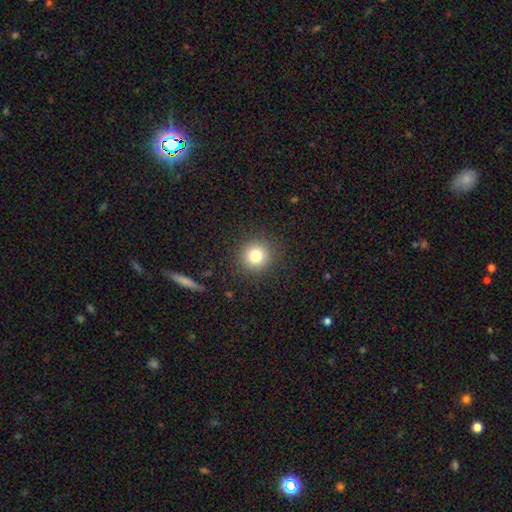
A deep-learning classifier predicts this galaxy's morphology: smooth-or-featured: smooth: 80% | star or artifact: 12% | featured or disk: 8%
  how-rounded: round: 93% | in between: 6% | cigar-shaped: 1%
  merging: none: 89% | minor disturbance: 7% | major disturbance: 3% | merger: 1%